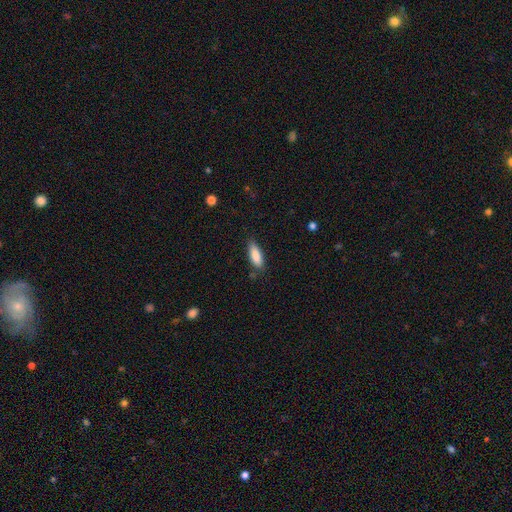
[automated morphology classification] Smooth or featured? smooth (85%)
How rounded? in between (65%)
Merging? none (78%)